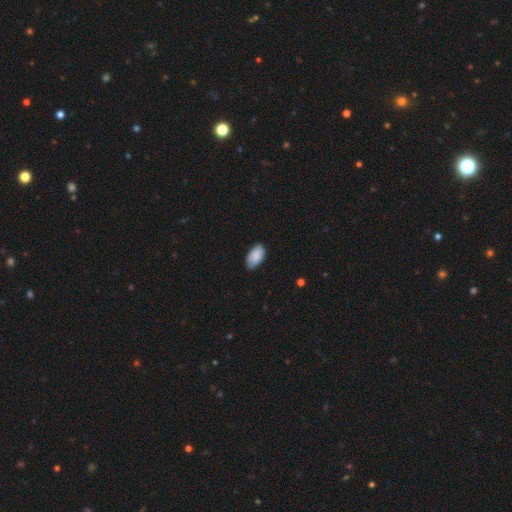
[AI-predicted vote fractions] A smooth galaxy with no disk features (87%) that is in between round and cigar-shaped (95%).

Vote fractions:
- Smooth or featured? smooth: 87% / featured or disk: 7% / star or artifact: 6%
- How rounded? in between: 95% / round: 3% / cigar-shaped: 2%
- Merging? none: 77% / minor disturbance: 19% / major disturbance: 3% / merger: 1%